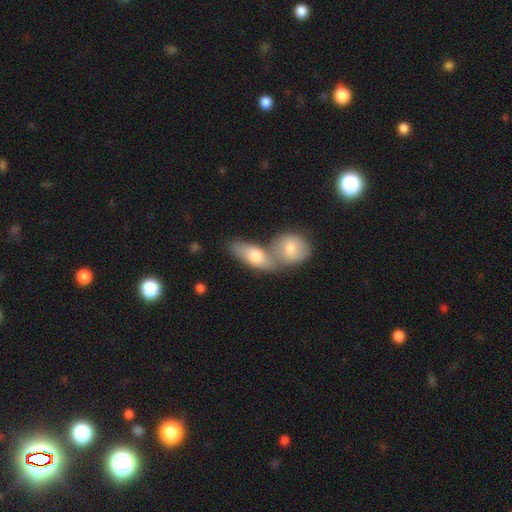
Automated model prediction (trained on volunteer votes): A smooth galaxy with no disk features (72%) that is in between round and cigar-shaped (78%). Merging: merger (63%).